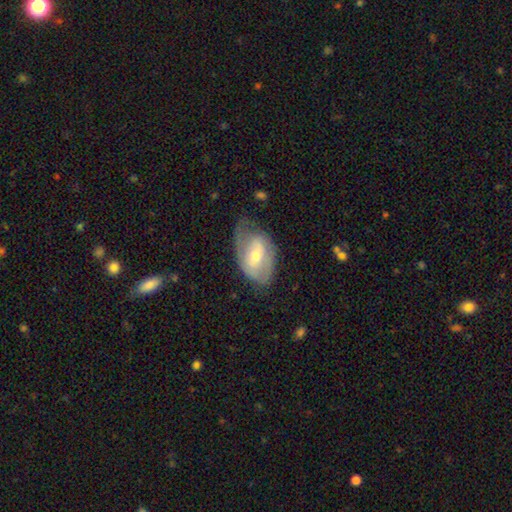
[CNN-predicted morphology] Smooth or featured?
  - featured or disk: 57% *
  - smooth: 37%
  - star or artifact: 6%
Edge-on disk?
  - no: 94% *
  - yes: 6%
Bar?
  - weak: 44% *
  - no: 33%
  - strong: 23%
Spiral arms?
  - yes: 65% *
  - no: 35%
Bulge size?
  - moderate: 54% *
  - small: 40%
  - large: 4%
  - none: 1%
  - dominant: 1%
Merging?
  - none: 47% *
  - minor disturbance: 33%
  - major disturbance: 19%
  - merger: 2%